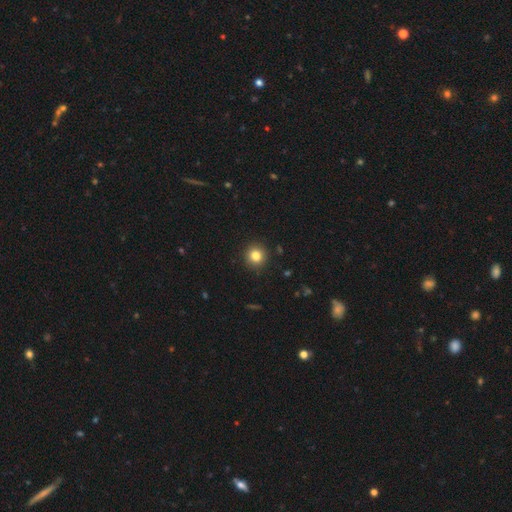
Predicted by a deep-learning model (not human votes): The model was most divided on "smooth or featured": smooth: 82%, star or artifact: 12%, featured or disk: 6%. More confident: how rounded — round (93%); merging — none (92%).